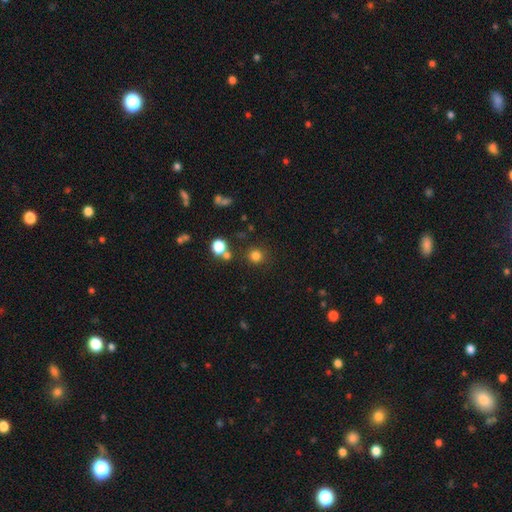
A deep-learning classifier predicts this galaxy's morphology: Q: Smooth or featured?
A: smooth (79%); runner-up: star or artifact (15%)
Q: How rounded?
A: round (90%); runner-up: in between (9%)
Q: Merging?
A: none (81%); runner-up: minor disturbance (8%)